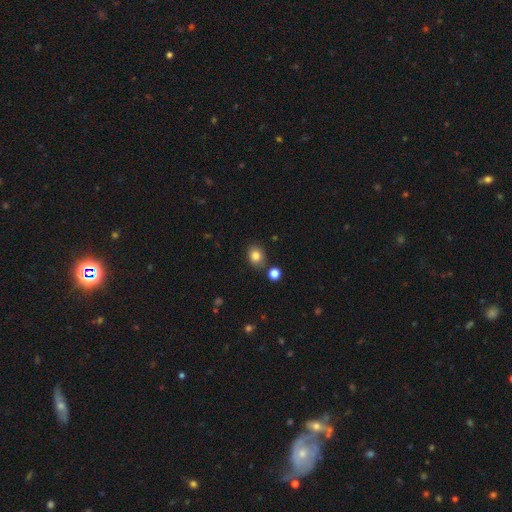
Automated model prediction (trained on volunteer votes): Smooth or featured? smooth (84%)
How rounded? round (58%)
Merging? none (79%)